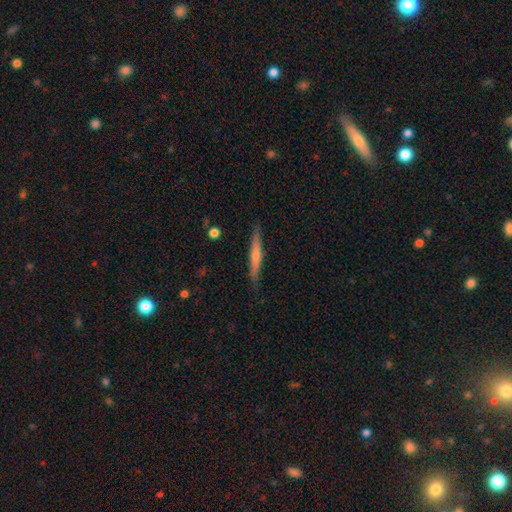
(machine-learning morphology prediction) This appears to be a smooth galaxy with no disk features (51%) that is cigar-shaped (94%). Merging: none (86%).